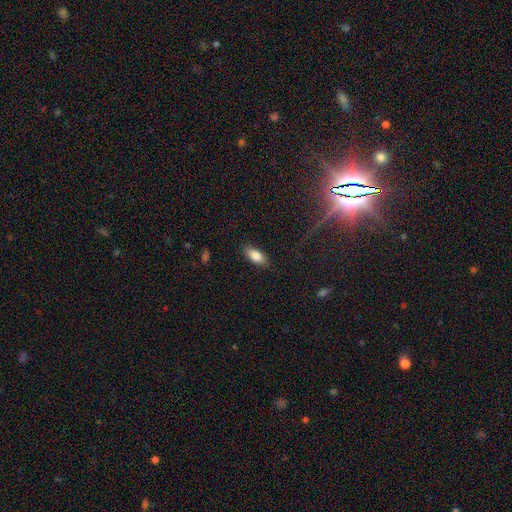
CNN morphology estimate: Smooth or featured? smooth (84%)
How rounded? in between (87%)
Merging? none (86%)